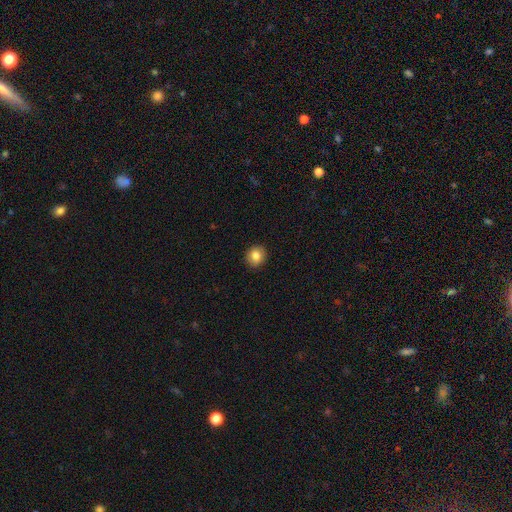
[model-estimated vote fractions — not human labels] This is clearly a smooth galaxy (83%). How rounded: likely round (79%). Merging: clearly none (91%).